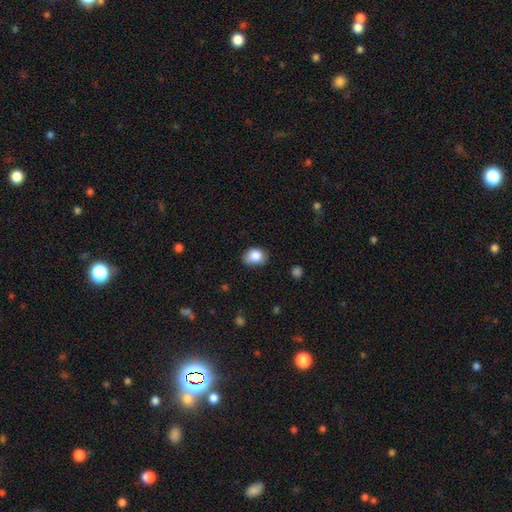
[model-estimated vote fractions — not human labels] Q: Smooth or featured?
A: smooth (84%); runner-up: star or artifact (9%)
Q: How rounded?
A: in between (62%); runner-up: round (38%)
Q: Merging?
A: none (64%); runner-up: minor disturbance (28%)